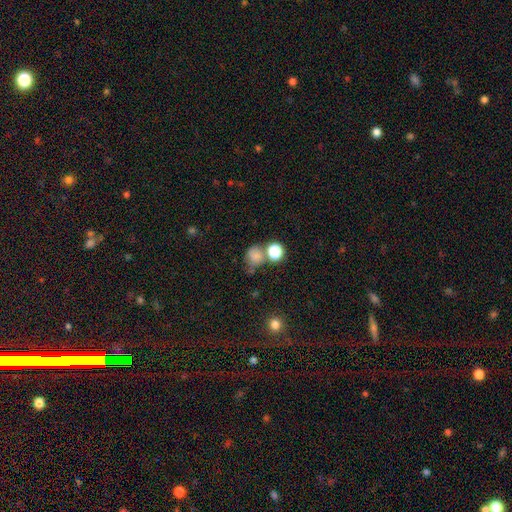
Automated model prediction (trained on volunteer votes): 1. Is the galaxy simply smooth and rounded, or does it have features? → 75% smooth, 16% star or artifact, 9% featured or disk.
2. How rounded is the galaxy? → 77% round, 22% in between, 1% cigar-shaped.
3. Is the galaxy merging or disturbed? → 49% none, 29% merger, 14% minor disturbance, 7% major disturbance.